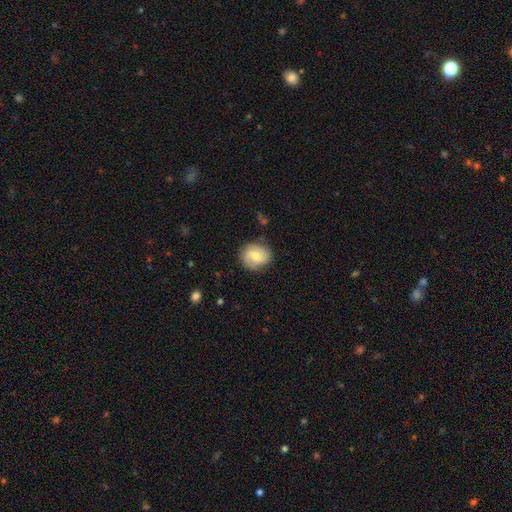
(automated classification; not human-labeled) Smooth or featured? featured or disk (47%)
Merging? none (79%)